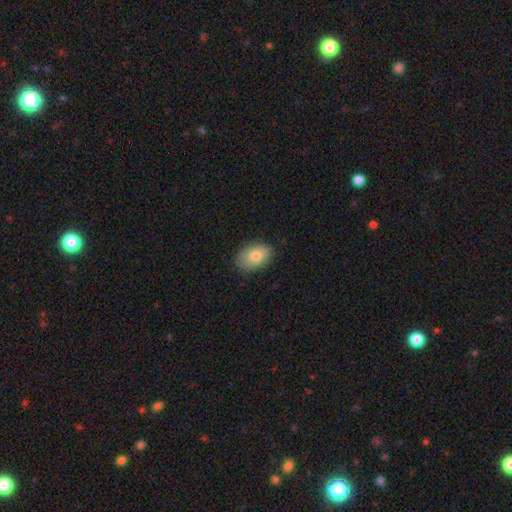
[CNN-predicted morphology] Smooth or featured: smooth — 79% (featured or disk — 14%)
How rounded: in between — 87% (round — 11%)
Merging: none — 80% (minor disturbance — 16%)